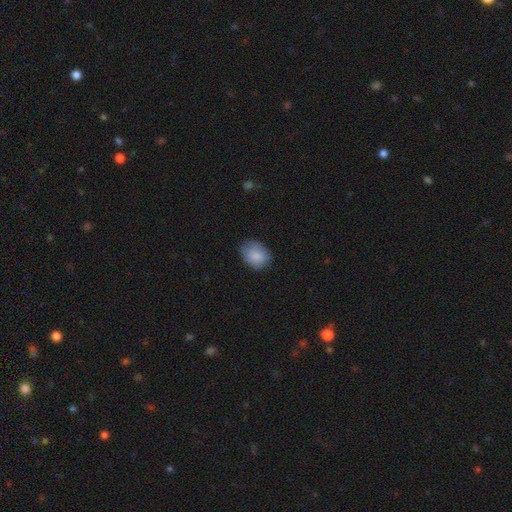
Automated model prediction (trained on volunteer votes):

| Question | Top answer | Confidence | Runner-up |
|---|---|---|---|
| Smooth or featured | smooth | 84% | featured or disk (8%) |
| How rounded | in between | 62% | round (37%) |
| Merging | none | 70% | minor disturbance (23%) |